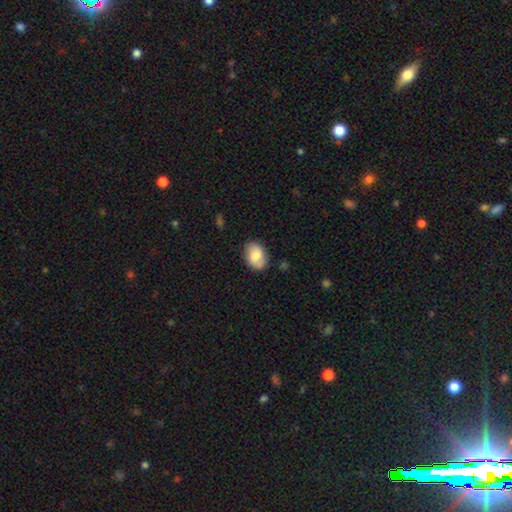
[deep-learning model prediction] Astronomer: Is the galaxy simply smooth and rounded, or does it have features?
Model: smooth — 73%.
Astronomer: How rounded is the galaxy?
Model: in between — 77%.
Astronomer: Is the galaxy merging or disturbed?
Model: none — 75%.